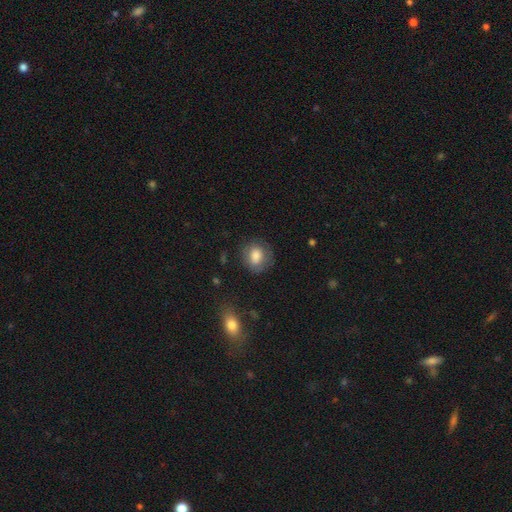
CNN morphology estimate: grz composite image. It shows a smooth galaxy with no disk features (78%) that is round (69%). Merging: none (73%).